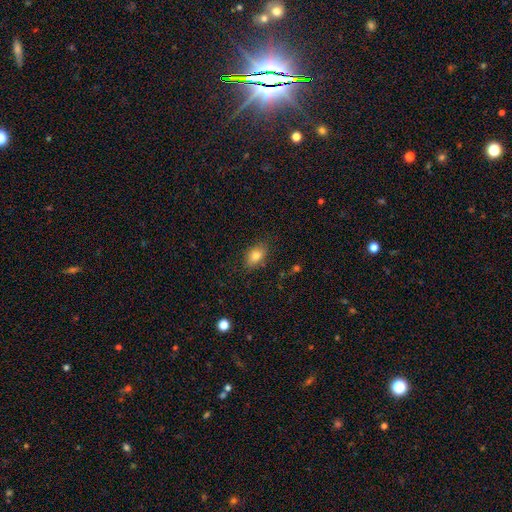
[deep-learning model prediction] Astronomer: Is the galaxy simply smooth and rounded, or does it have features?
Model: smooth — 79%.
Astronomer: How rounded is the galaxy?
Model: in between — 86%.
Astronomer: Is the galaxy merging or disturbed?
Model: none — 81%.